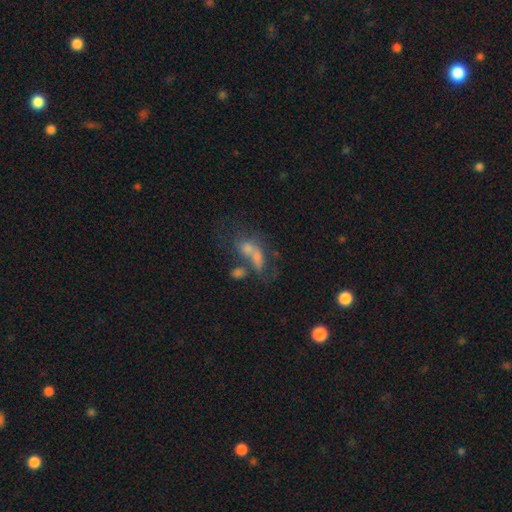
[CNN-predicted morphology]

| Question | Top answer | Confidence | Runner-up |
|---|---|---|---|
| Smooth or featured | smooth | 43% | featured or disk (36%) |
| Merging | merger | 45% | none (24%) |